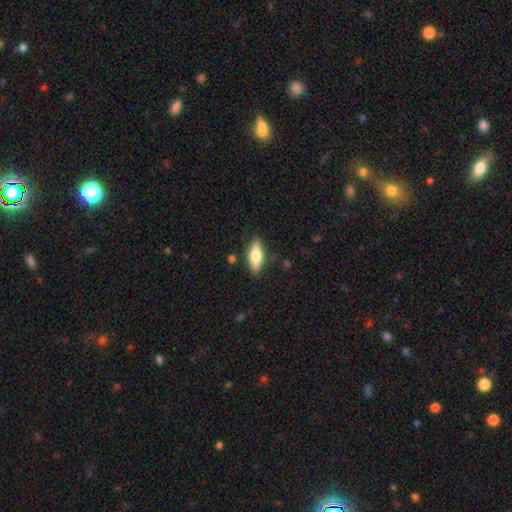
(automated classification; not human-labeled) This is possibly a smooth galaxy (54%). How rounded: likely in between (66%). Merging: clearly none (83%).